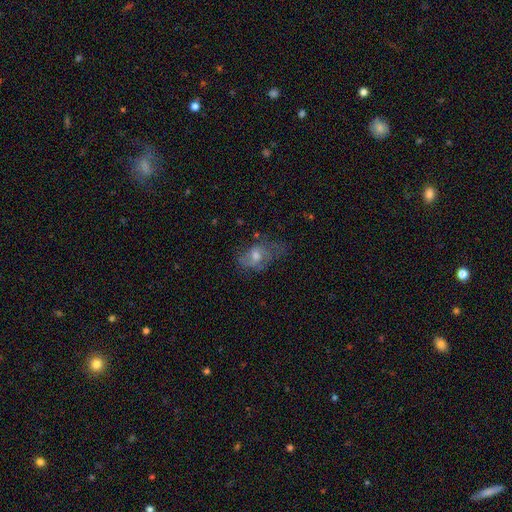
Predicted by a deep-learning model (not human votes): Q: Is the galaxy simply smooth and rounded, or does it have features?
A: featured or disk — 55%.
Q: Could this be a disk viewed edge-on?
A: no — 94%.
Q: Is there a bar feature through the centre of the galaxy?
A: no — 65%.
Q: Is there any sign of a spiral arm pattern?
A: yes — 70%.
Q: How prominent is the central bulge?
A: moderate — 61%.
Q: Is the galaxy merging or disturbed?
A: none — 49%.